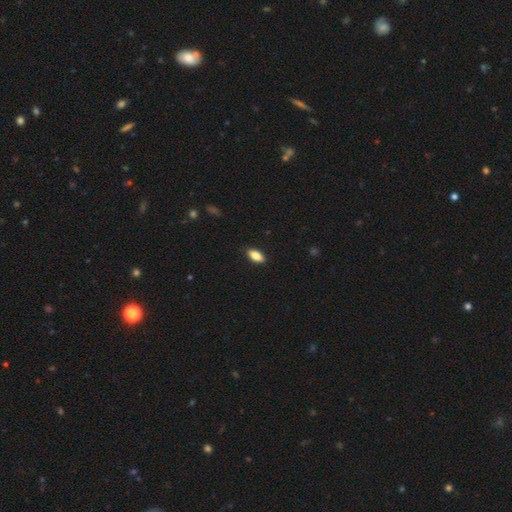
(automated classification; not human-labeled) smooth_or_featured: smooth (p=0.84) [alt: featured or disk p=0.09]
how_rounded: in between (p=0.88) [alt: cigar-shaped p=0.09]
merging: none (p=0.88) [alt: minor disturbance p=0.09]